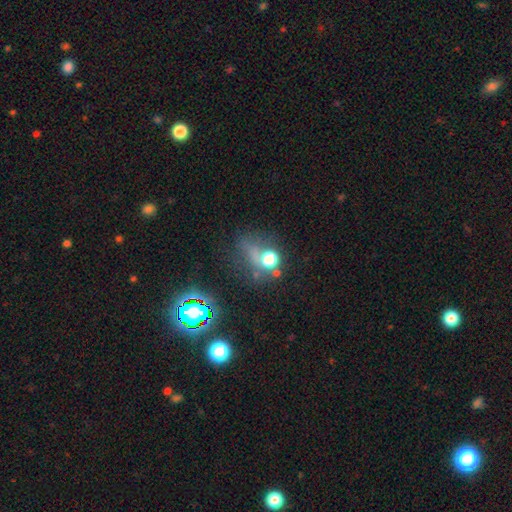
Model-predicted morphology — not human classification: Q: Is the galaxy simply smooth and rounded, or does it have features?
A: smooth — 44%.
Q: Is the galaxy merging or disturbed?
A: none — 46%.